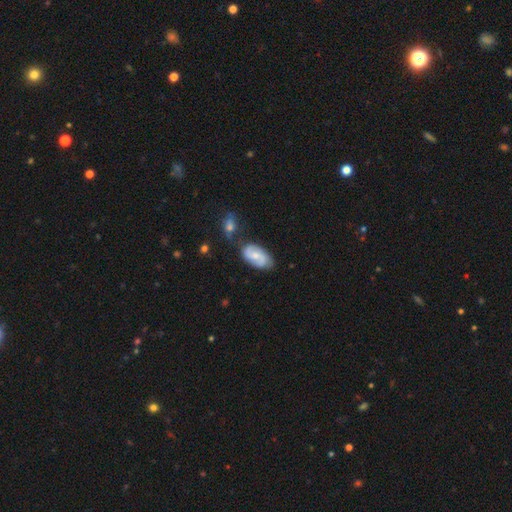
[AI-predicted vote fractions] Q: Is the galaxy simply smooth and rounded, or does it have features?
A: featured or disk — 55%.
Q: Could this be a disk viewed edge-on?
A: no — 95%.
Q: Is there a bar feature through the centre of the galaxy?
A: no — 56%.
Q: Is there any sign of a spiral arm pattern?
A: yes — 85%.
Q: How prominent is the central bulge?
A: small — 47%.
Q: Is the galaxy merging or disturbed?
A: none — 63%.